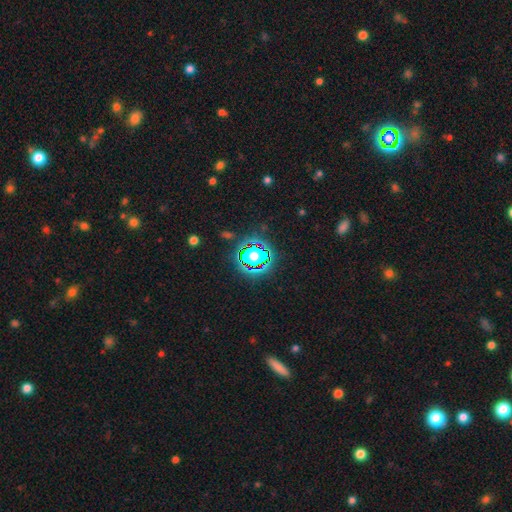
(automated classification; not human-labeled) This is likely a star or artifact rather than a galaxy (75%).